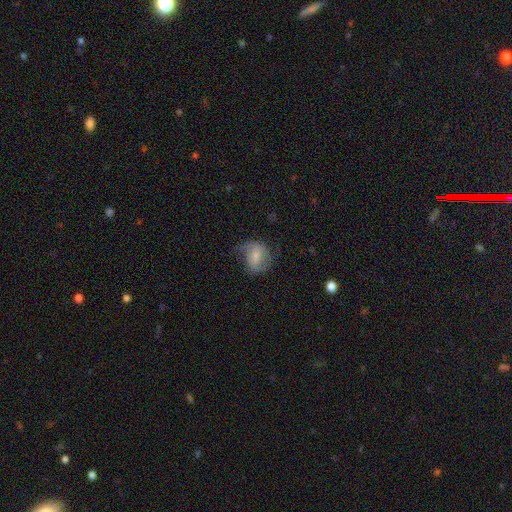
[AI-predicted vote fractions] Smooth or featured?
  - smooth: 46% * (tied)
  - featured or disk: 46% * (tied)
  - star or artifact: 8%
Merging?
  - none: 48% *
  - minor disturbance: 29%
  - major disturbance: 21%
  - merger: 2%